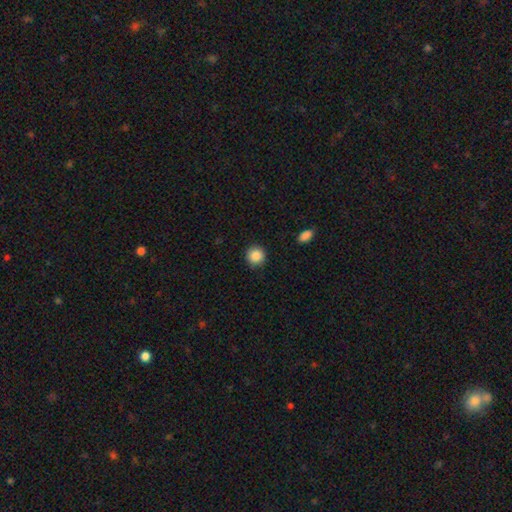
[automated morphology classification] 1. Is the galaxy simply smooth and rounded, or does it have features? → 88% smooth, 9% star or artifact, 3% featured or disk.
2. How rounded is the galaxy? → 93% round, 6% in between, 1% cigar-shaped.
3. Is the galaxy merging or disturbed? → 89% none, 8% minor disturbance, 2% major disturbance, 1% merger.